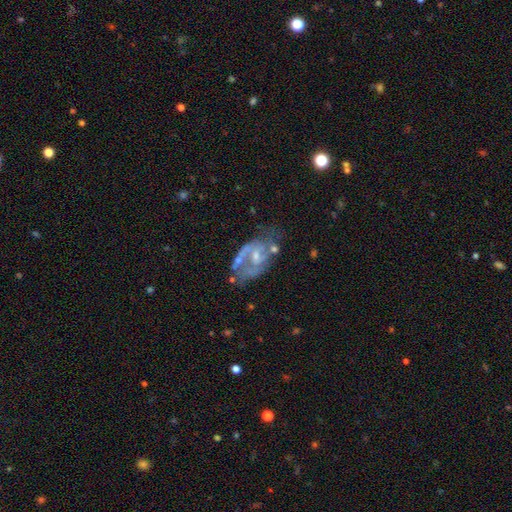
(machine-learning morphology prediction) This appears to be a featured or disk galaxy (76%) with no bar (46%), 2 (57%) medium (45%) spiral arms (70%) and a small central bulge (52%). Merging: none (44%).